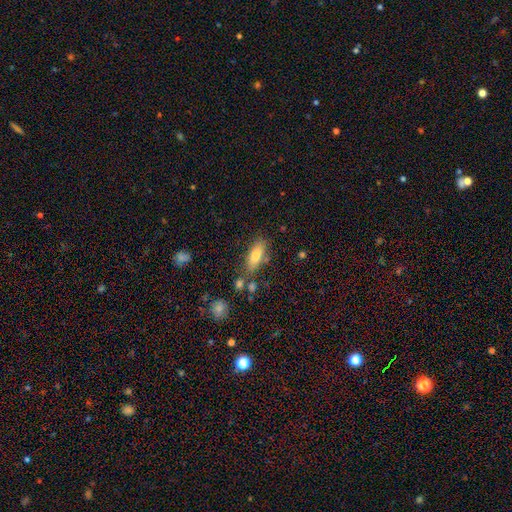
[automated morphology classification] This is likely a smooth galaxy (78%). How rounded: likely in between (75%). Merging: likely none (70%).